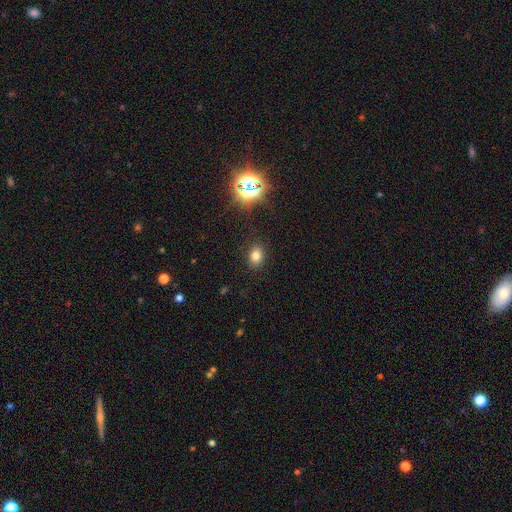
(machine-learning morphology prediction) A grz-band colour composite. It shows a smooth galaxy with no disk features (75%) that is in between round and cigar-shaped (58%). Merging: none (88%).